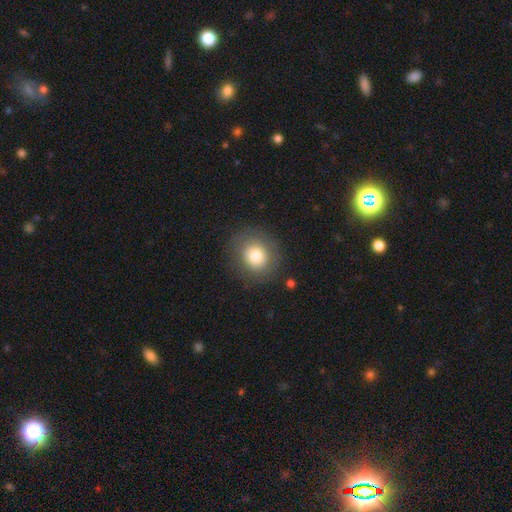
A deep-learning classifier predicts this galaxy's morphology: Smooth or featured? smooth (75%)
How rounded? round (86%)
Merging? none (84%)